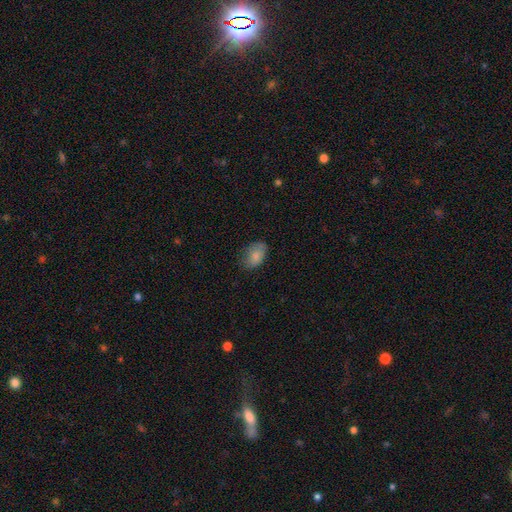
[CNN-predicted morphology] A smooth galaxy with no disk features (83%) that is in between round and cigar-shaped (90%). Merging: none (68%).